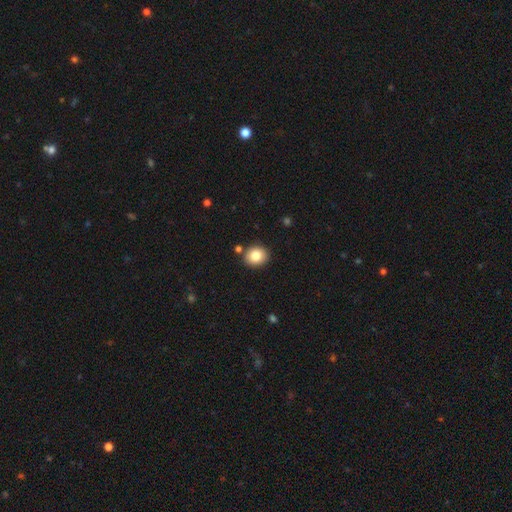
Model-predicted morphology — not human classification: Q: Smooth or featured?
A: smooth (84%); runner-up: star or artifact (9%)
Q: How rounded?
A: round (72%); runner-up: in between (27%)
Q: Merging?
A: none (86%); runner-up: minor disturbance (8%)